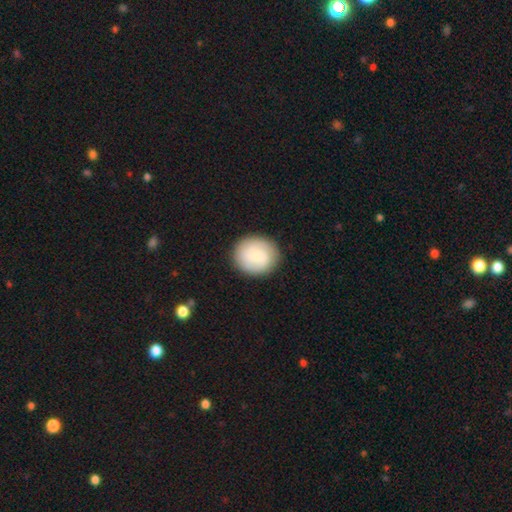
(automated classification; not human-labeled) Morphology: type=smooth (53%); roundness=round (85%); merging=none (88%).